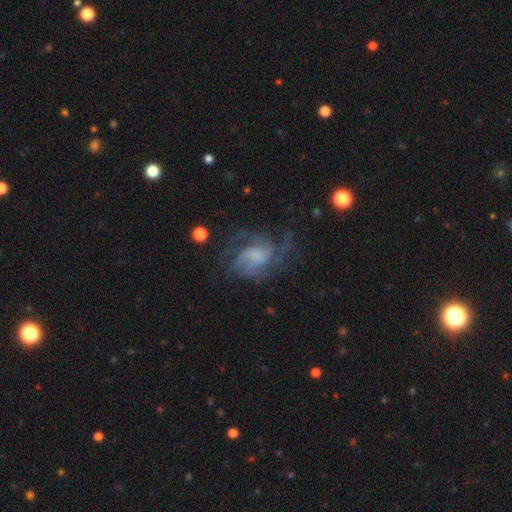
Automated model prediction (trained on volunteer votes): A featured or disk galaxy (72%) with no bar (57%), medium (45%) spiral arms (88%) and no central bulge (41%).

Vote fractions:
- Smooth or featured? featured or disk: 72% / smooth: 17% / star or artifact: 11%
- Edge-on disk? no: 97% / yes: 3%
- Bar? no: 57% / weak: 35% / strong: 8%
- Spiral arms? yes: 88% / no: 12%
- Spiral winding? medium: 45% / tight: 30% / loose: 25%
- Spiral arm count? can't tell: 31% / 3: 27% / 2: 18% / 4: 12% / 1: 6% / more than 4: 6%
- Bulge size? none: 41% / moderate: 23% / small: 21% / large: 12% / dominant: 2%
- Merging? none: 57% / major disturbance: 22% / minor disturbance: 19% / merger: 2%